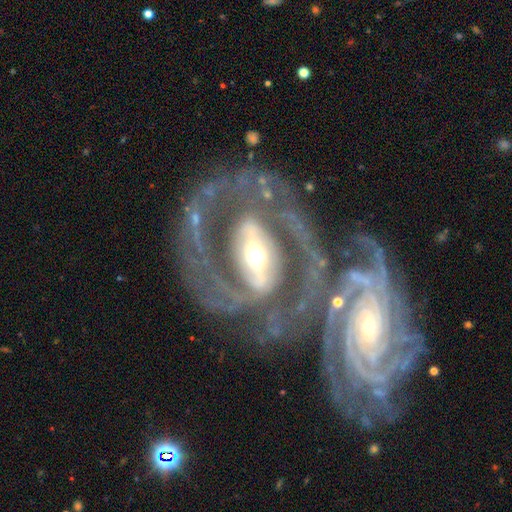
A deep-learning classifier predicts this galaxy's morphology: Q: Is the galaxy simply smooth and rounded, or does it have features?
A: featured or disk — 91%.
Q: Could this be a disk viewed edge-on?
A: no — 95%.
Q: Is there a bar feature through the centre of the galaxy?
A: strong — 70%.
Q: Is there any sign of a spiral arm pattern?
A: yes — 94%.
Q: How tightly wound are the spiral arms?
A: medium — 48%.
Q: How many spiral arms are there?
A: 2 — 74%.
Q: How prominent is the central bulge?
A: moderate — 58%.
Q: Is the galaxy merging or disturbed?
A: none — 65%.